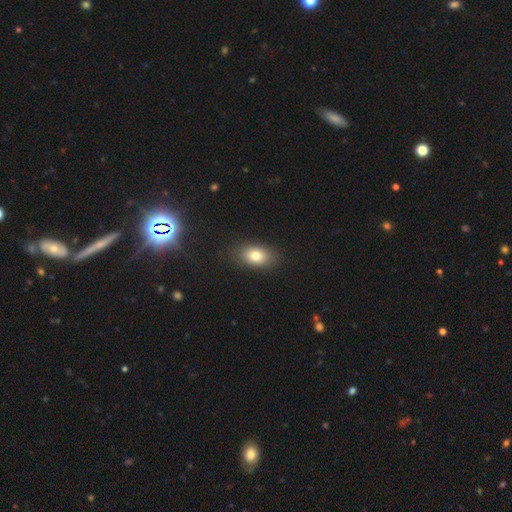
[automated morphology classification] The model was most divided on "how rounded": in between: 81%, round: 17%, cigar-shaped: 2%. More confident: merging — none (85%); smooth or featured — smooth (80%).